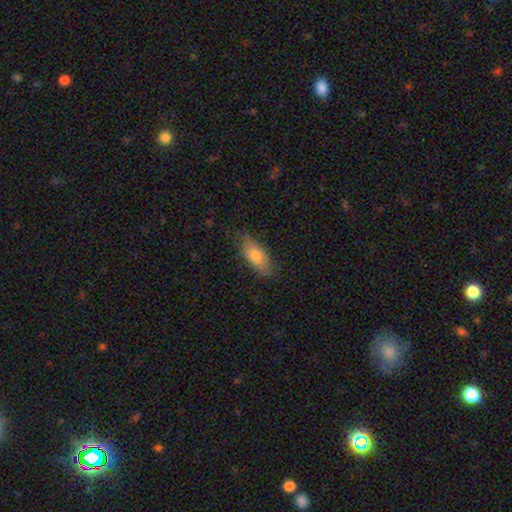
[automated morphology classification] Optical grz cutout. It shows a smooth galaxy with no disk features (74%) that is in between round and cigar-shaped (83%). Merging: none (73%).